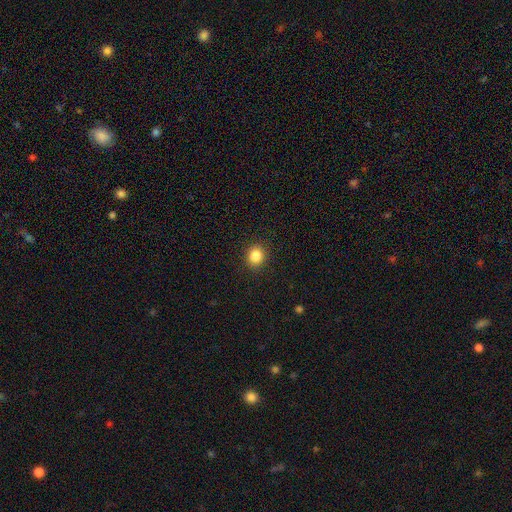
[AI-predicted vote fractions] smooth_or_featured: smooth (p=0.85) [alt: star or artifact p=0.10]
how_rounded: round (p=0.74) [alt: in between p=0.25]
merging: none (p=0.90) [alt: minor disturbance p=0.06]